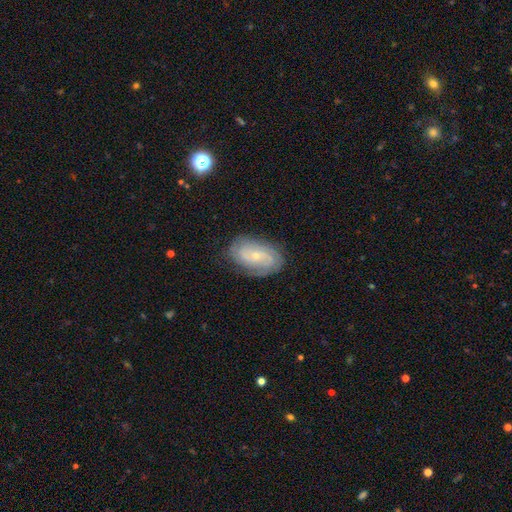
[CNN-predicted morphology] This appears to be a featured or disk galaxy (73%) with no bar (67%), 2 (37%) tight (55%) spiral arms (89%) and a small central bulge (74%). Merging: none (77%).